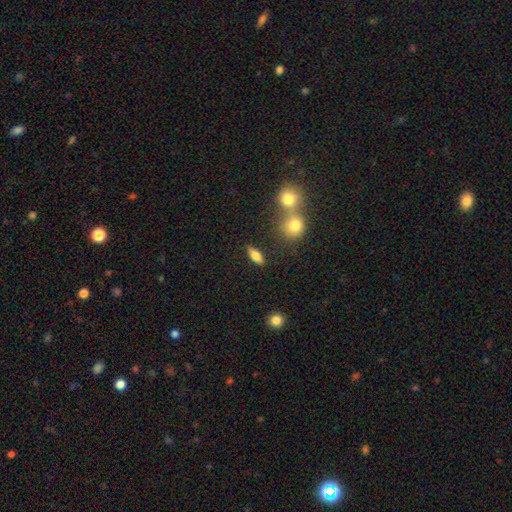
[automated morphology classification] smooth 73%, featured or disk 18%, star or artifact 9%. Down the decision tree: how rounded — in between (70%); merging — none (79%).